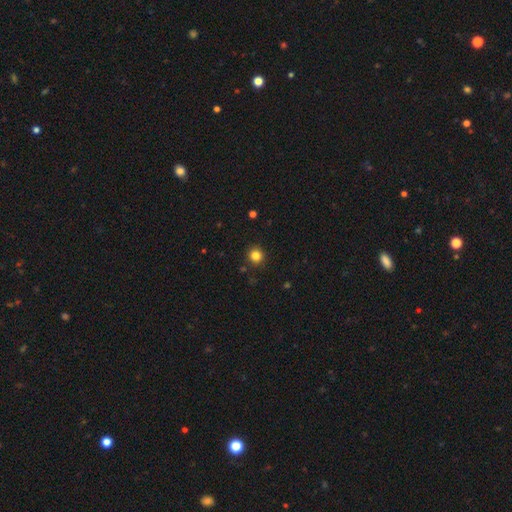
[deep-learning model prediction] Smooth or featured? Predicted: smooth (p=0.83). How rounded? Predicted: round (p=0.93). Merging? Predicted: none (p=0.91).